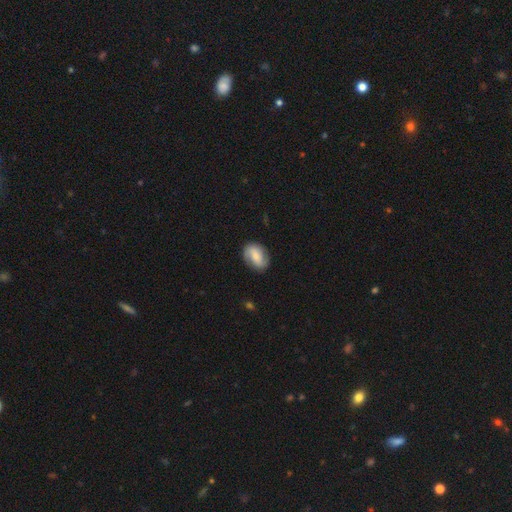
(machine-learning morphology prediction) Overall: smooth (49%; featured or disk 44%). Merging: none (80%).